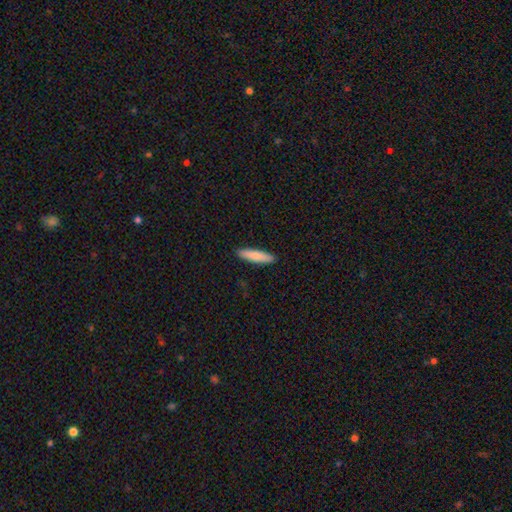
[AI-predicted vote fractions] Smooth or featured?
  - smooth: 85% *
  - featured or disk: 10%
  - star or artifact: 6%
How rounded?
  - cigar-shaped: 82% *
  - in between: 16%
  - round: 1%
Merging?
  - none: 91% *
  - minor disturbance: 6%
  - major disturbance: 1%
  - merger: 1%